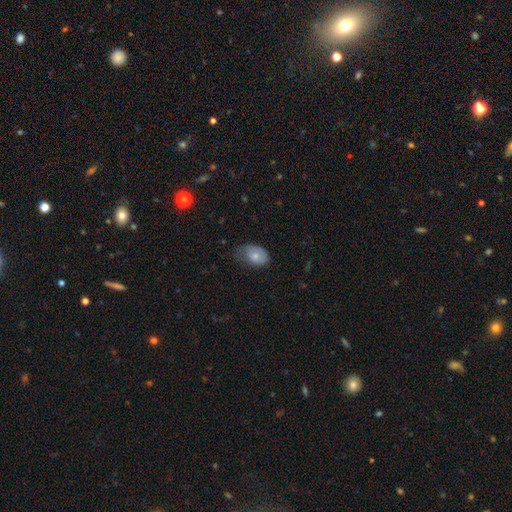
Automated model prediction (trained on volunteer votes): Smooth or featured? smooth (76%)
How rounded? in between (84%)
Merging? minor disturbance (43%)